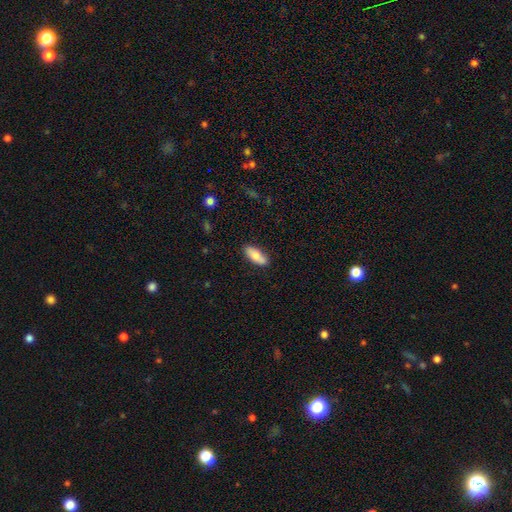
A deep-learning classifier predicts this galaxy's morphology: The model was most divided on "how rounded": in between: 73%, cigar-shaped: 25%, round: 2%. More confident: merging — none (85%); smooth or featured — smooth (78%).